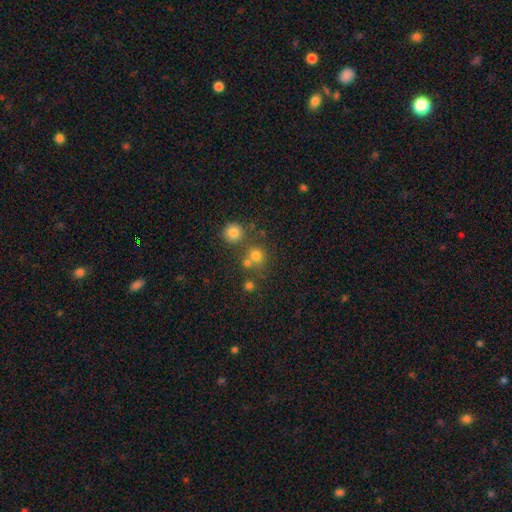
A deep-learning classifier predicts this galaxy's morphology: A smooth galaxy with no disk features (73%) that is round (88%).

Vote fractions:
- Smooth or featured? smooth: 73% / star or artifact: 18% / featured or disk: 9%
- How rounded? round: 88% / in between: 11% / cigar-shaped: 1%
- Merging? none: 64% / merger: 23% / minor disturbance: 8% / major disturbance: 4%